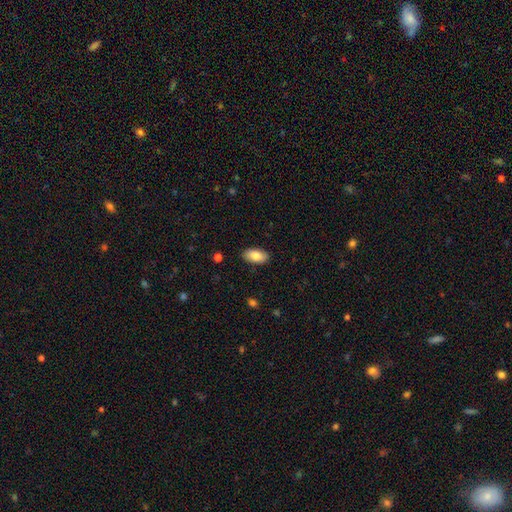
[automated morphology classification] A smooth galaxy with no disk features (84%) that is in between round and cigar-shaped (94%). Merging: none (88%).